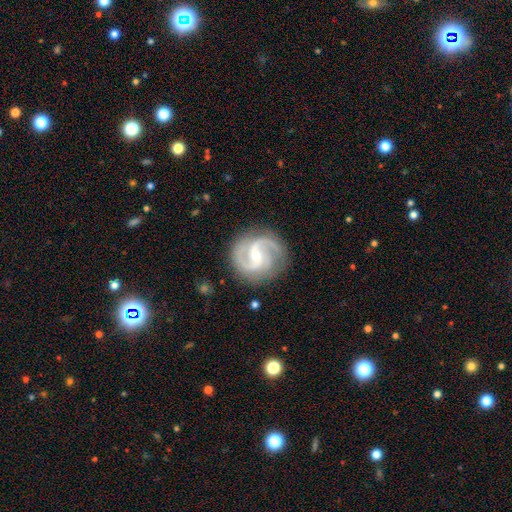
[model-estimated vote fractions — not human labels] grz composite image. It shows a featured or disk galaxy (92%) with a weak bar (45%), 2 (75%) medium (60%) spiral arms (98%) and a small central bulge (60%). Merging: none (82%).